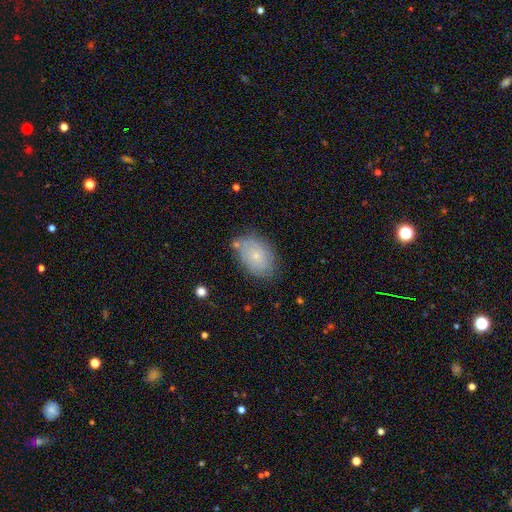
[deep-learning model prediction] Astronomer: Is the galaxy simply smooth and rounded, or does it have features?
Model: smooth — 60%.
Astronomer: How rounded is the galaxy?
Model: in between — 84%.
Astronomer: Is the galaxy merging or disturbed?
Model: none — 72%.